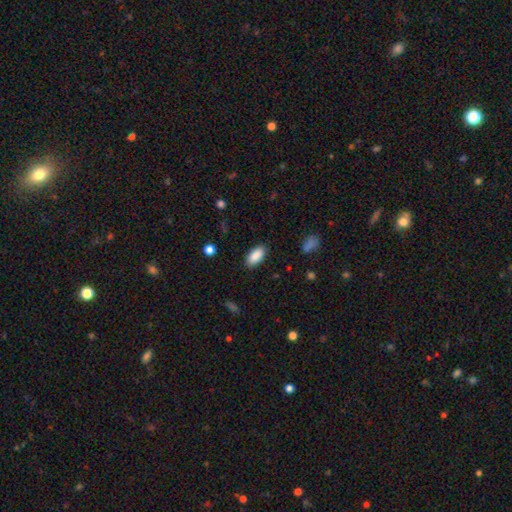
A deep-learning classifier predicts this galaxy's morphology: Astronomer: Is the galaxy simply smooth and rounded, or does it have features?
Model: smooth — 89%.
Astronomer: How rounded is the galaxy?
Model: in between — 92%.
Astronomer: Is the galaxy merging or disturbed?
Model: none — 88%.